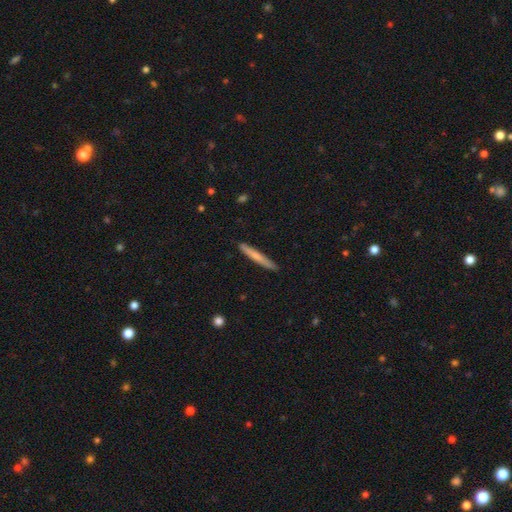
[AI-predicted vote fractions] The model was most divided on "smooth or featured": smooth: 64%, featured or disk: 31%, star or artifact: 5%. More confident: how rounded — cigar-shaped (96%); merging — none (90%).